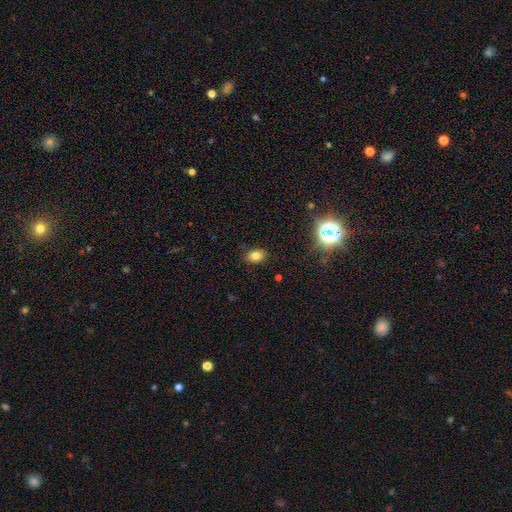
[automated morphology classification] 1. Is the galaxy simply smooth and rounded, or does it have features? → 79% smooth, 14% star or artifact, 7% featured or disk.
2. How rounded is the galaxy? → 70% in between, 29% round, 1% cigar-shaped.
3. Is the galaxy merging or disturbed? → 83% none, 12% minor disturbance, 3% major disturbance, 1% merger.